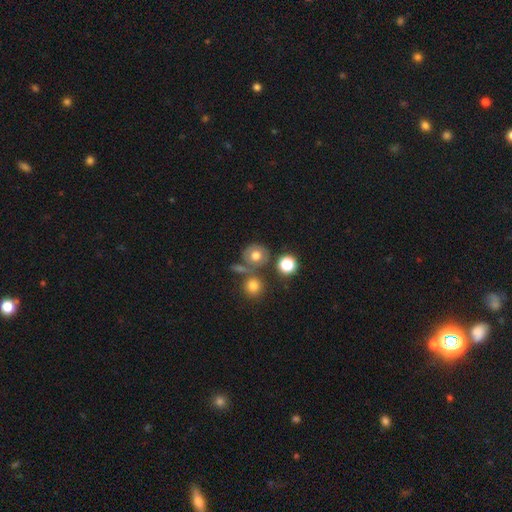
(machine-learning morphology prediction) Overall: smooth (66%). How rounded: round (81%). Merging: none (62%).